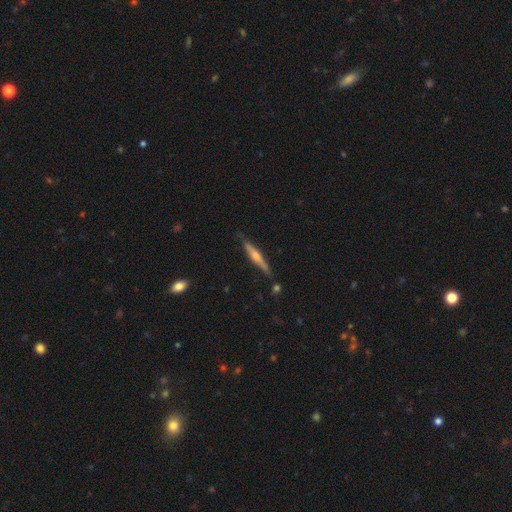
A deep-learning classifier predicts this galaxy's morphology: A featured or disk galaxy (63%) viewed edge-on (96%) with a rounded central bulge (76%).

Vote fractions:
- Smooth or featured? featured or disk: 63% / smooth: 31% / star or artifact: 6%
- Edge-on disk? yes: 96% / no: 4%
- Edge-on bulge? rounded: 76% / none: 14% / boxy: 11%
- Merging? none: 80% / minor disturbance: 14% / merger: 3% / major disturbance: 3%